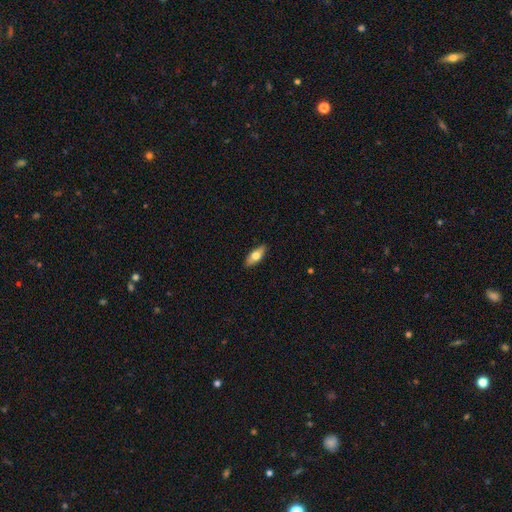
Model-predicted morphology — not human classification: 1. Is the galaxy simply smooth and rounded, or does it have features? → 66% smooth, 28% featured or disk, 6% star or artifact.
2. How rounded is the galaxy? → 75% in between, 22% cigar-shaped, 3% round.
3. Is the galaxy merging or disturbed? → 89% none, 8% minor disturbance, 2% major disturbance, 1% merger.